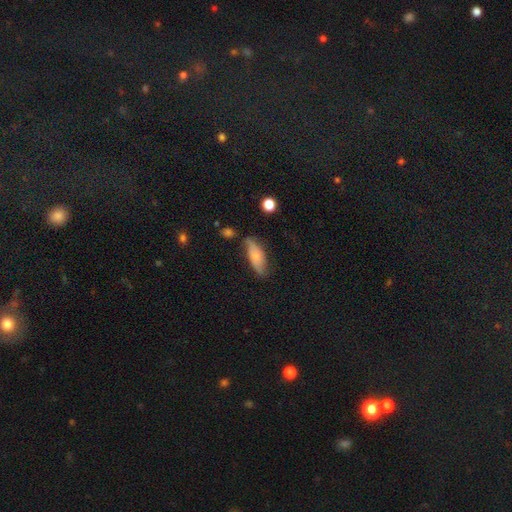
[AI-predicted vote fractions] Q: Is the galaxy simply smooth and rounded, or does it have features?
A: smooth — 61%.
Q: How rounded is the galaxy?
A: in between — 75%.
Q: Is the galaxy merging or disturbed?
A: none — 60%.